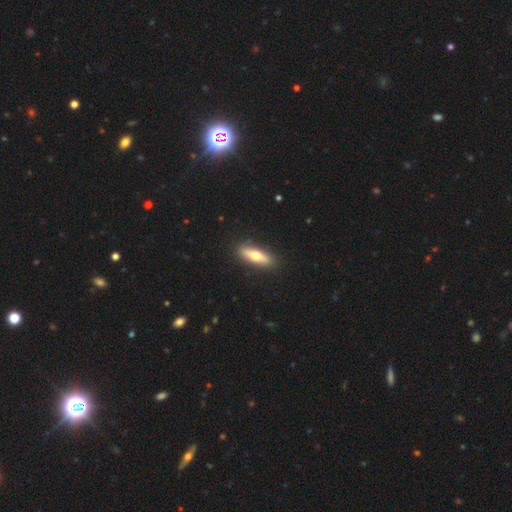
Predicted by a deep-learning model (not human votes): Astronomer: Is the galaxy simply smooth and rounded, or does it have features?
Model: smooth — 54% (runner-up: featured or disk, 40%).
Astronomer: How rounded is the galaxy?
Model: cigar-shaped — 61% (runner-up: in between, 37%).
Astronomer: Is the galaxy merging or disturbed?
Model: none — 89%.